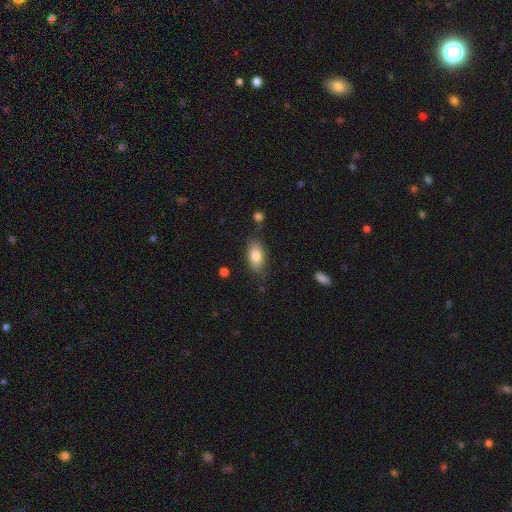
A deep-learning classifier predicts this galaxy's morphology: This appears to be a smooth galaxy with no disk features (82%) that is in between round and cigar-shaped (91%). Merging: none (77%).